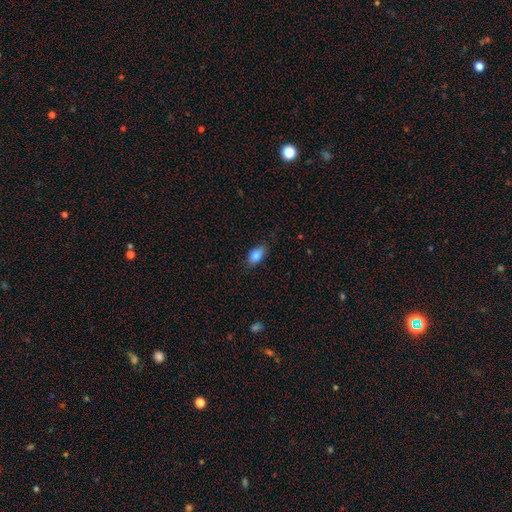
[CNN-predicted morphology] Smooth or featured? Predicted: smooth (p=0.81). How rounded? Predicted: in between (p=0.84). Merging? Predicted: none (p=0.79).